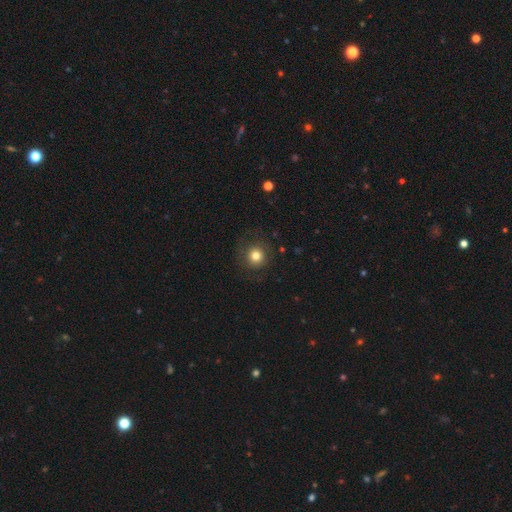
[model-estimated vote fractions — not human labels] smooth-or-featured: smooth: 78% | star or artifact: 12% | featured or disk: 10%
  how-rounded: round: 93% | in between: 6% | cigar-shaped: 1%
  merging: none: 84% | minor disturbance: 10% | major disturbance: 6% | merger: 1%